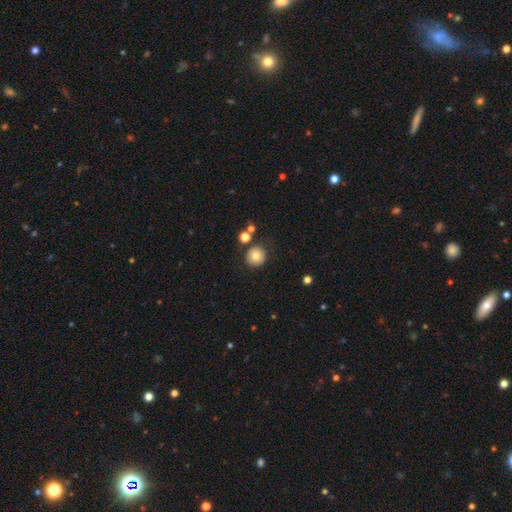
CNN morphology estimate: Smooth or featured: smooth — 78% (featured or disk — 12%)
How rounded: round — 92% (in between — 7%)
Merging: none — 82% (minor disturbance — 9%)